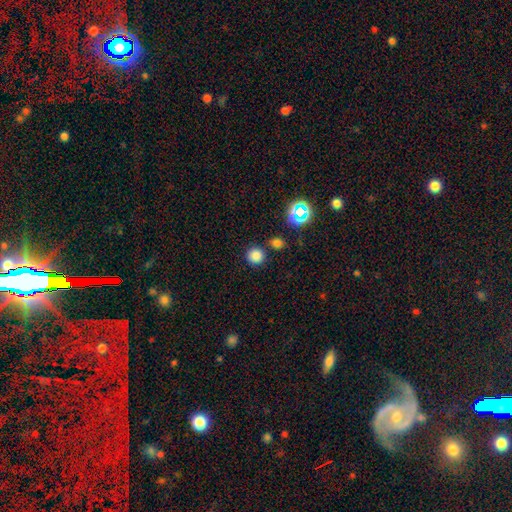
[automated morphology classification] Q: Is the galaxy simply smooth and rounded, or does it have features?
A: smooth — 80%.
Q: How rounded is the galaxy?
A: round — 93%.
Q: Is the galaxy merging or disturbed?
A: none — 83%.